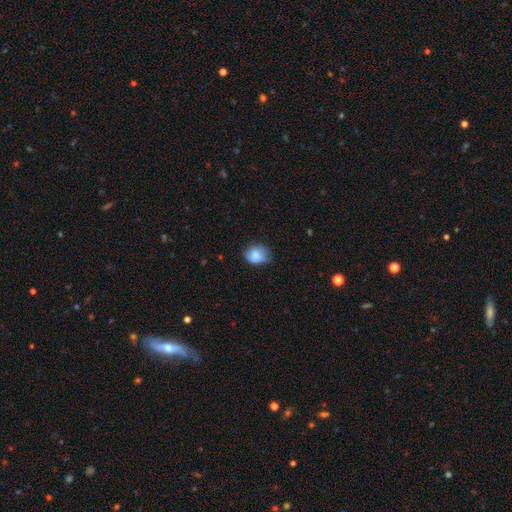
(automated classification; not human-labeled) A smooth galaxy with no disk features (80%) that is round (57%).

Vote fractions:
- Smooth or featured? smooth: 80% / featured or disk: 11% / star or artifact: 9%
- How rounded? round: 57% / in between: 42% / cigar-shaped: 1%
- Merging? none: 48% / minor disturbance: 38% / major disturbance: 11% / merger: 2%